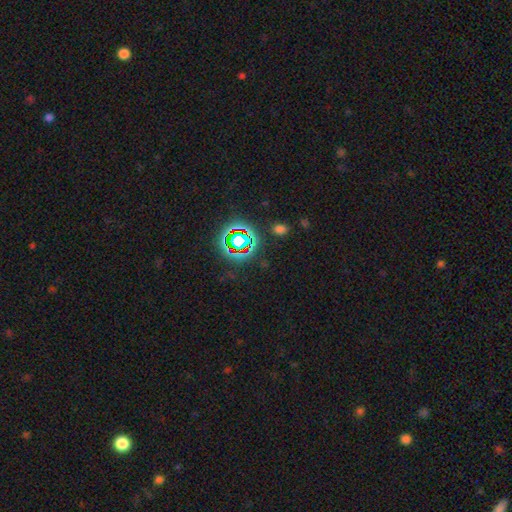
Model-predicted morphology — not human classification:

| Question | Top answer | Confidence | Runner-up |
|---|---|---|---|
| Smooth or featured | star or artifact | 74% | smooth (16%) |